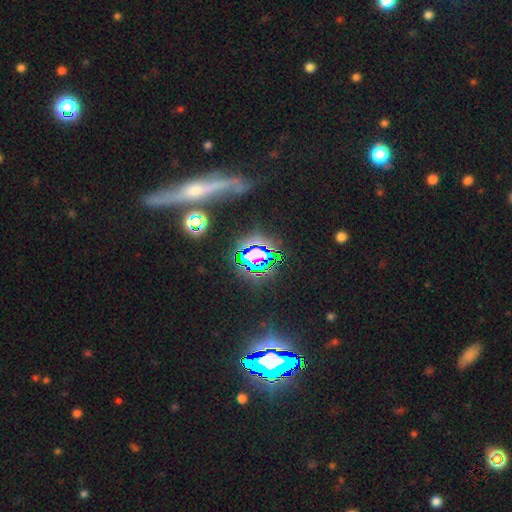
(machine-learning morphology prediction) A star or artifact, not a galaxy (75%).

Vote fractions:
- Smooth or featured? star or artifact: 75% / smooth: 14% / featured or disk: 11%